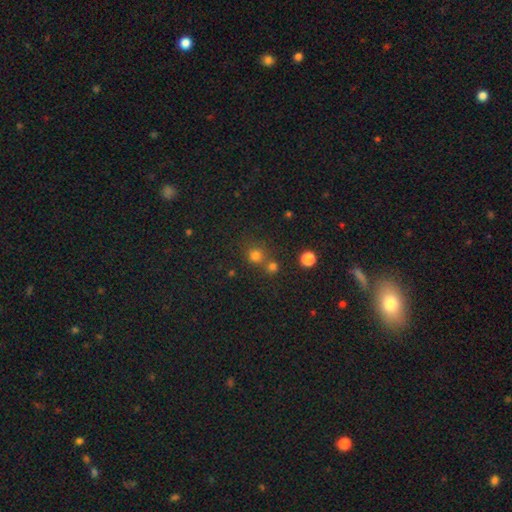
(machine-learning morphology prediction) This appears to be a smooth galaxy with no disk features (74%) that is round (90%). Merging: none (61%).